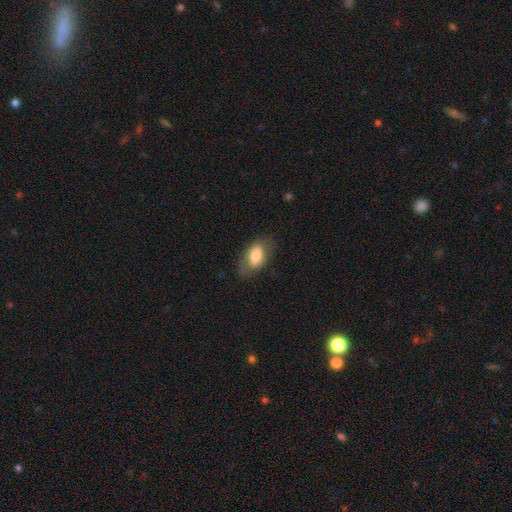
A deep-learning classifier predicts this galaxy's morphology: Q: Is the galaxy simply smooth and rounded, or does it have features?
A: smooth — 70%.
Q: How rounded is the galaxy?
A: in between — 90%.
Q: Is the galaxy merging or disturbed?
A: none — 71%.